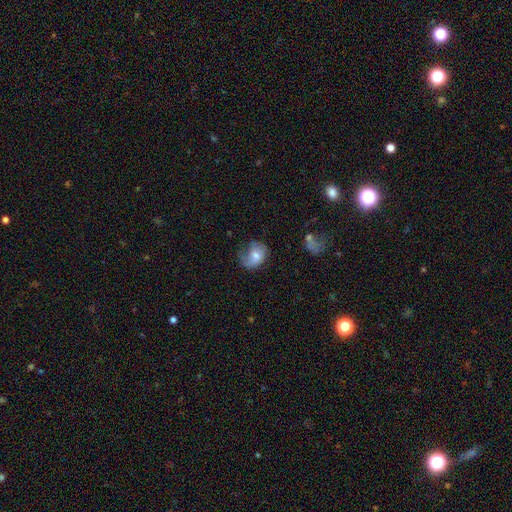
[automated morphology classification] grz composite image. It shows a smooth galaxy with no disk features (57%) that is in between round and cigar-shaped (58%). Merging: none (38%).